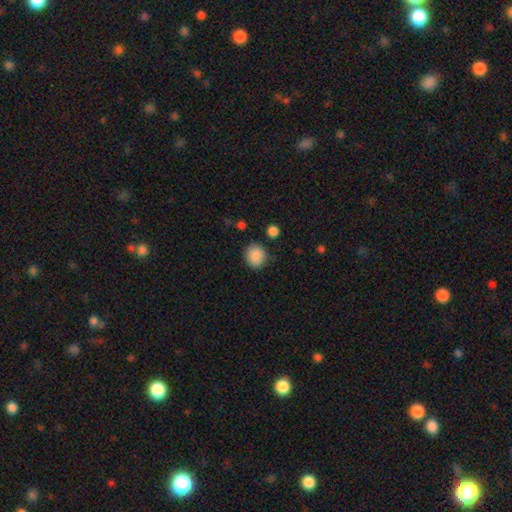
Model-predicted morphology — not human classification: Smooth or featured?
  - smooth: 89% *
  - star or artifact: 8%
  - featured or disk: 3%
How rounded?
  - round: 81% *
  - in between: 18%
  - cigar-shaped: 1%
Merging?
  - none: 84% *
  - minor disturbance: 10%
  - major disturbance: 3%
  - merger: 2%